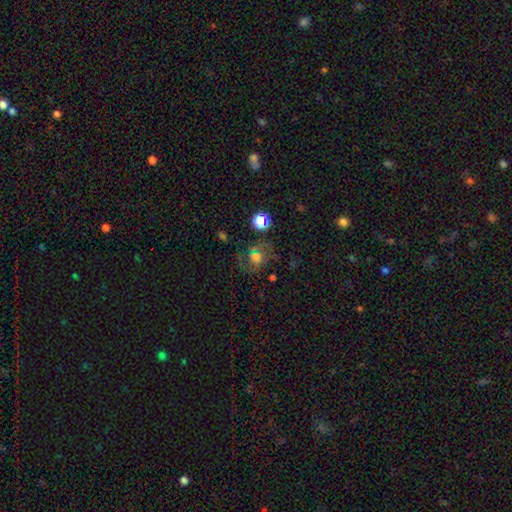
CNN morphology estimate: Overall: smooth (49%; featured or disk 30%). Merging: none (59%; minor disturbance 19%).